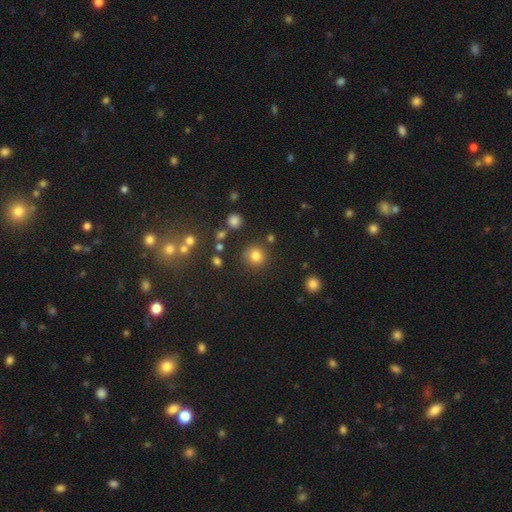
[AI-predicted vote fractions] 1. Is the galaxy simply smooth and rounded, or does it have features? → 80% smooth, 14% star or artifact, 6% featured or disk.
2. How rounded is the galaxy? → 91% round, 8% in between, 1% cigar-shaped.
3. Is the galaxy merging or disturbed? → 81% none, 11% minor disturbance, 5% merger, 4% major disturbance.